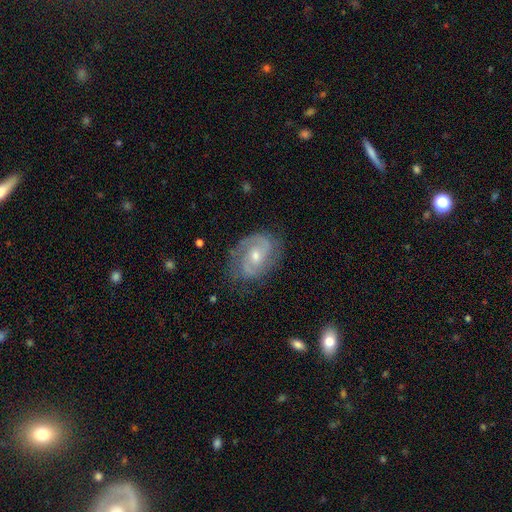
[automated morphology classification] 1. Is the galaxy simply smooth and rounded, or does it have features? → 84% featured or disk, 10% smooth, 6% star or artifact.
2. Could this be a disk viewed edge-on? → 97% no, 3% yes.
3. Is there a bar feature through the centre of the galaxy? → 55% no, 38% weak, 8% strong.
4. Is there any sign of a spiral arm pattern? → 95% yes, 5% no.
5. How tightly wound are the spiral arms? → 44% medium, 43% tight, 13% loose.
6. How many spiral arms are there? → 77% 2, 10% can't tell, 6% 3, 3% 1, 2% 4, 2% more than 4.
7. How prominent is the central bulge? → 53% moderate, 44% small, 2% large, 1% none, 1% dominant.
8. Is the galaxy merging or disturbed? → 75% none, 17% minor disturbance, 6% major disturbance, 1% merger.